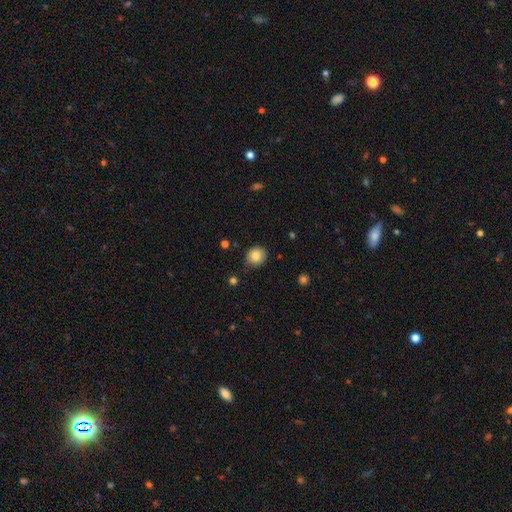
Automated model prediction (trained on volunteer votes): This is clearly a smooth galaxy (83%). How rounded: likely round (79%). Merging: likely none (80%).